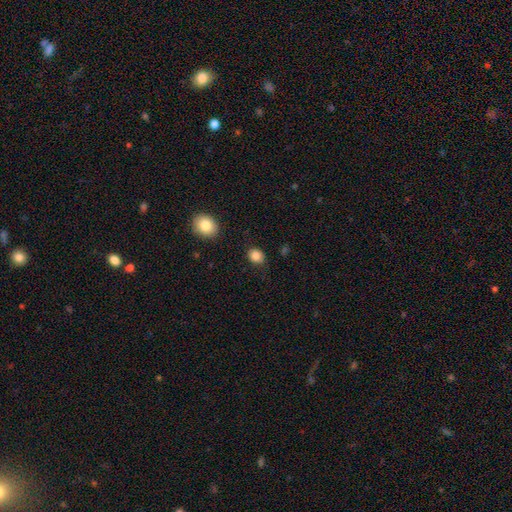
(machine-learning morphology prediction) smooth_or_featured: smooth (p=0.85) [alt: star or artifact p=0.10]
how_rounded: round (p=0.58) [alt: in between p=0.41]
merging: none (p=0.86) [alt: minor disturbance p=0.10]